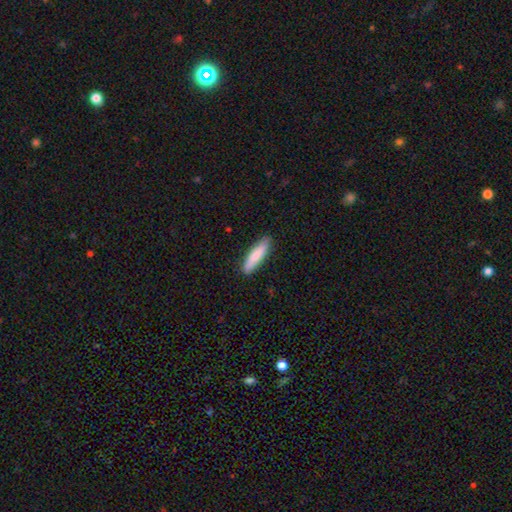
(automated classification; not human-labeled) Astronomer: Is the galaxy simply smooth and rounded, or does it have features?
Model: smooth — 81%.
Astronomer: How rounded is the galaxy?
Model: cigar-shaped — 76%.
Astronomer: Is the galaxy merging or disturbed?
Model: none — 87%.